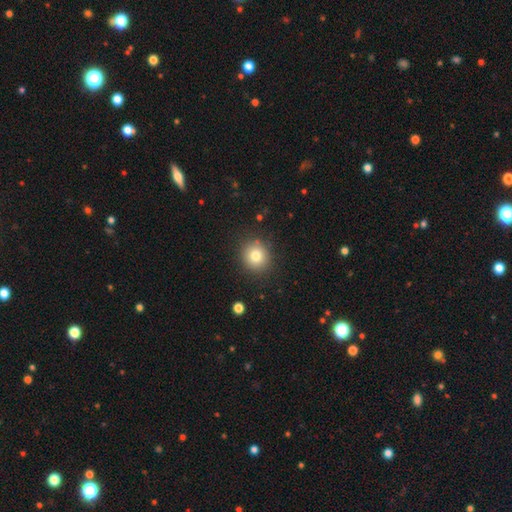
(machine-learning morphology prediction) smooth 80%, star or artifact 11%, featured or disk 9%. Down the decision tree: how rounded — round (88%); merging — none (88%).